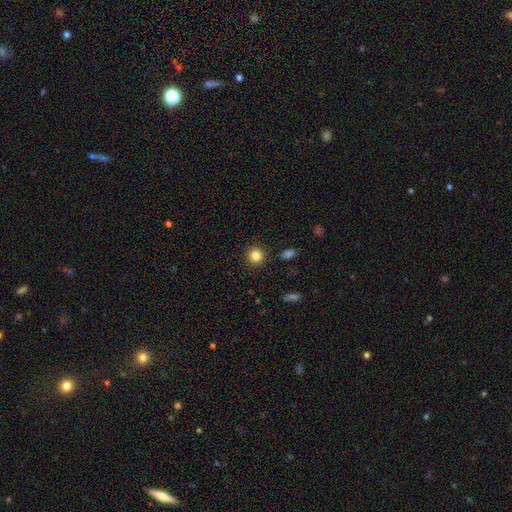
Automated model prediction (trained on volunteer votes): A smooth galaxy with no disk features (83%) that is round (92%).

Vote fractions:
- Smooth or featured? smooth: 83% / star or artifact: 11% / featured or disk: 6%
- How rounded? round: 92% / in between: 7% / cigar-shaped: 1%
- Merging? none: 91% / minor disturbance: 5% / major disturbance: 2% / merger: 1%